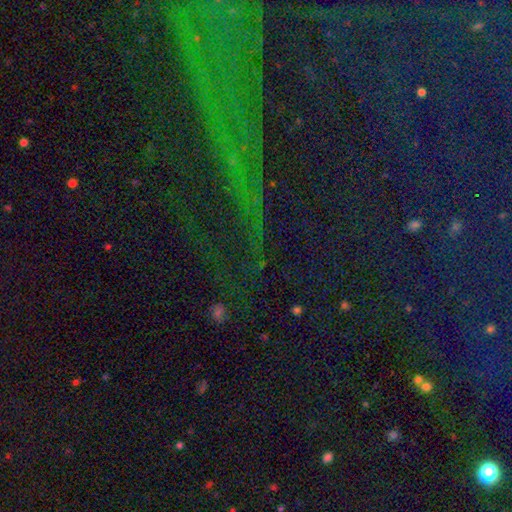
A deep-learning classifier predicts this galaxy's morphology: type=star or artifact (78%).